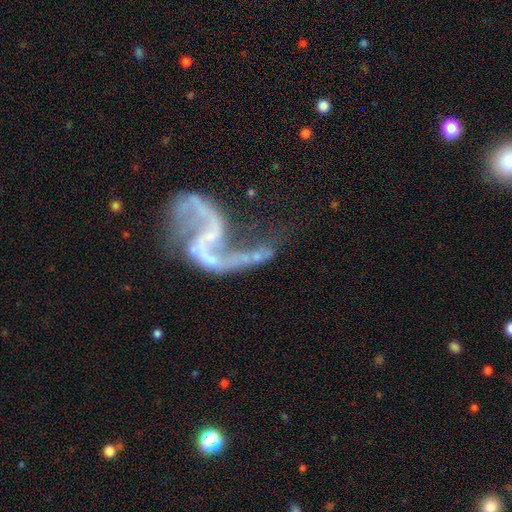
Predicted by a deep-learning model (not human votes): This is clearly a featured or disk galaxy (89%). It is clearly not viewed edge-on (98%). Bar: marginally no (43%). Spiral arm pattern: clearly yes (92%). Spiral arm count: clearly 2 (90%). Spiral winding: clearly loose (86%). Central bulge: possibly small (53%). Merging: marginally none (39%).